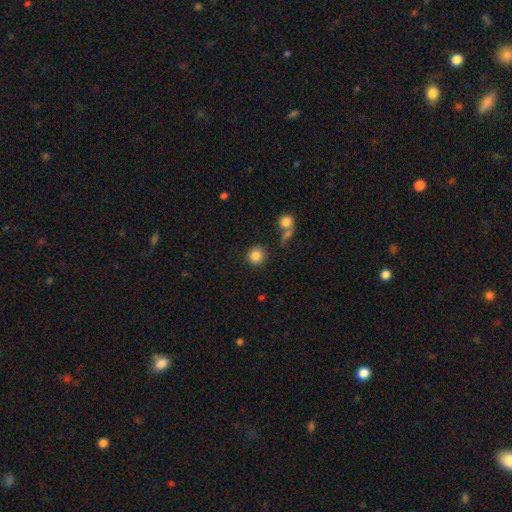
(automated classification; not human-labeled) Overall: smooth (86%). How rounded: round (88%). Merging: none (80%).